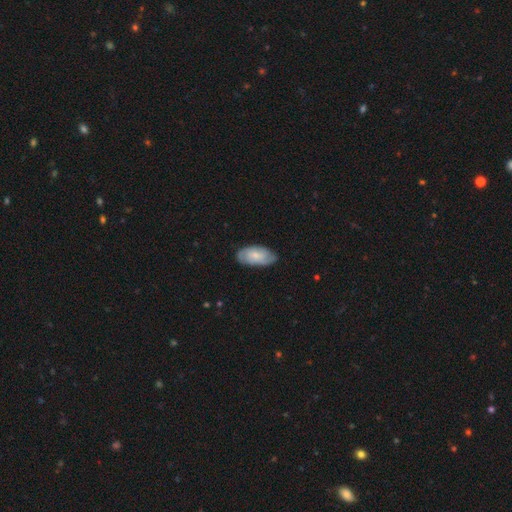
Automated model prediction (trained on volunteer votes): smooth 54%, featured or disk 40%, star or artifact 6%. Down the decision tree: how rounded — in between (92%); merging — none (75%).